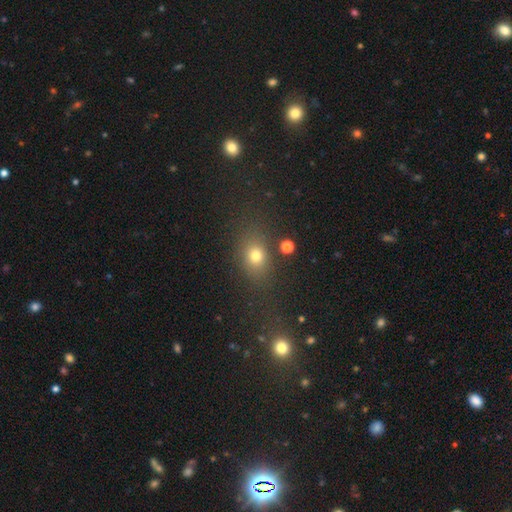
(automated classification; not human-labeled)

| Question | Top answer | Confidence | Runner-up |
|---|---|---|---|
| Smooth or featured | smooth | 72% | star or artifact (18%) |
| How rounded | in between | 54% | round (43%) |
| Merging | none | 75% | minor disturbance (13%) |